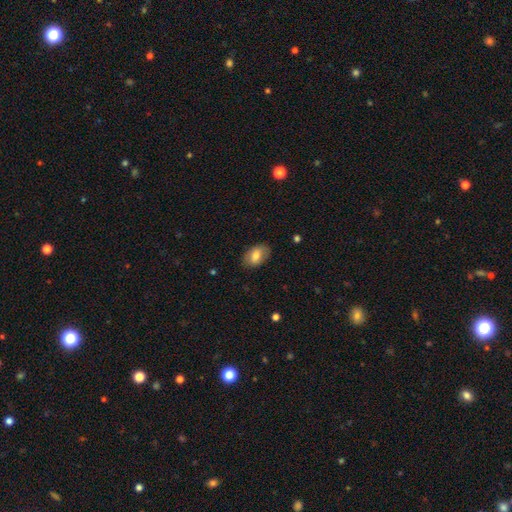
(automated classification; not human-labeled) This is likely a smooth galaxy (74%). How rounded: clearly in between (89%). Merging: clearly none (80%).